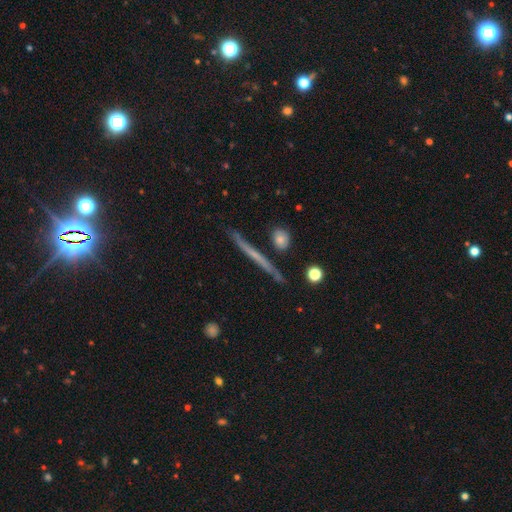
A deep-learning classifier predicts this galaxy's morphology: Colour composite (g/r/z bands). It shows a featured or disk galaxy (56%) viewed edge-on (95%) with no central bulge (80%). Merging: none (84%).